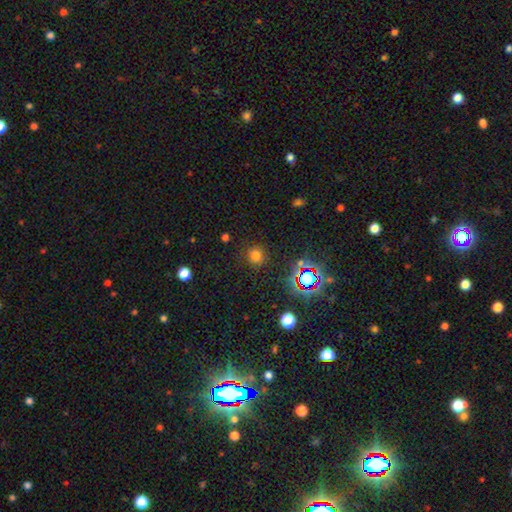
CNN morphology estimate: smooth-or-featured: smooth: 72% | star or artifact: 22% | featured or disk: 6%
  how-rounded: round: 89% | in between: 10% | cigar-shaped: 1%
  merging: none: 87% | minor disturbance: 8% | major disturbance: 3% | merger: 2%